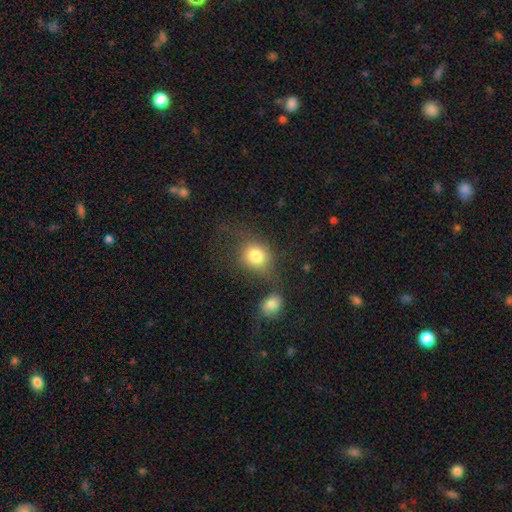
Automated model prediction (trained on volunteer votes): A smooth galaxy with no disk features (80%) that is round (69%).

Vote fractions:
- Smooth or featured? smooth: 80% / featured or disk: 10% / star or artifact: 10%
- How rounded? round: 69% / in between: 30% / cigar-shaped: 1%
- Merging? none: 50% / merger: 20% / minor disturbance: 17% / major disturbance: 13%